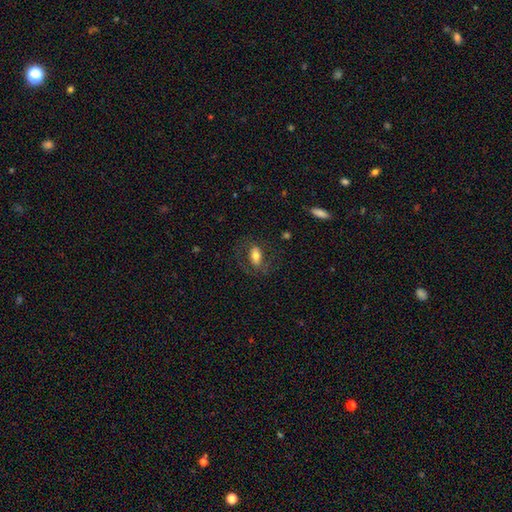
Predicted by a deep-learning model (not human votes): Morphology: type=smooth (65%); roundness=in between (87%); merging=none (68%).